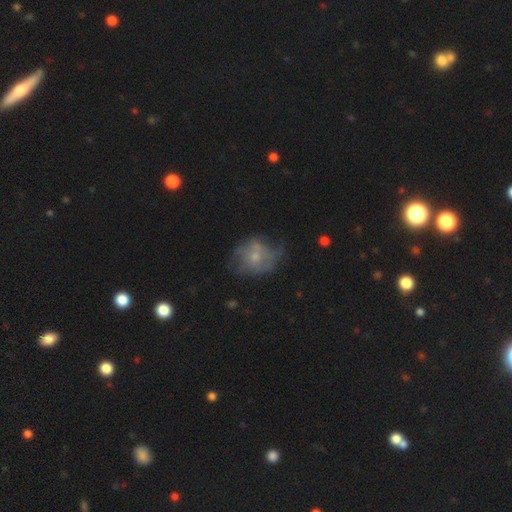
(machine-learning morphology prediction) A featured or disk galaxy (51%).

Vote fractions:
- Smooth or featured? featured or disk: 51% / smooth: 39% / star or artifact: 10%
- Edge-on disk? no: 97% / yes: 3%
- Merging? none: 43% / minor disturbance: 29% / major disturbance: 24% / merger: 3%